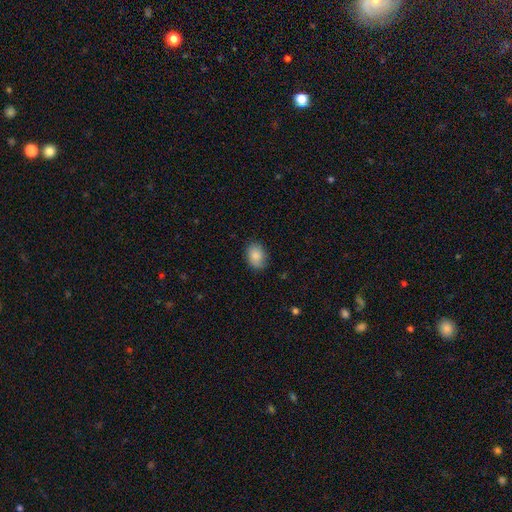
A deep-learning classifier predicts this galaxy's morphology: A smooth galaxy with no disk features (87%) that is in between round and cigar-shaped (71%).

Vote fractions:
- Smooth or featured? smooth: 87% / star or artifact: 8% / featured or disk: 5%
- How rounded? in between: 71% / round: 28% / cigar-shaped: 1%
- Merging? none: 85% / minor disturbance: 12% / major disturbance: 3% / merger: 1%